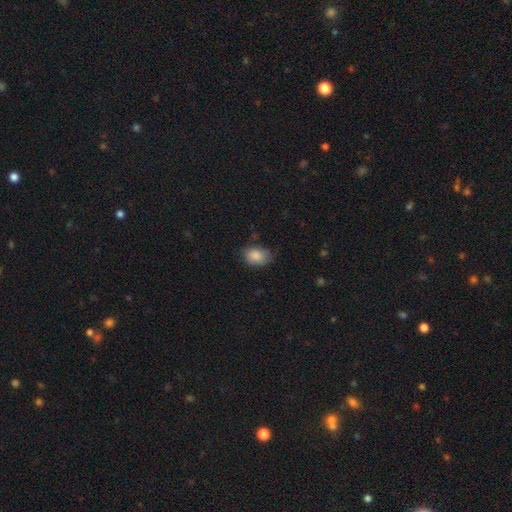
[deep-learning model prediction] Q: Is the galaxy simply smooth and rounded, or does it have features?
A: smooth — 86%.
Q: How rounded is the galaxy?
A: in between — 77%.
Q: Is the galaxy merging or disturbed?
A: none — 65%.